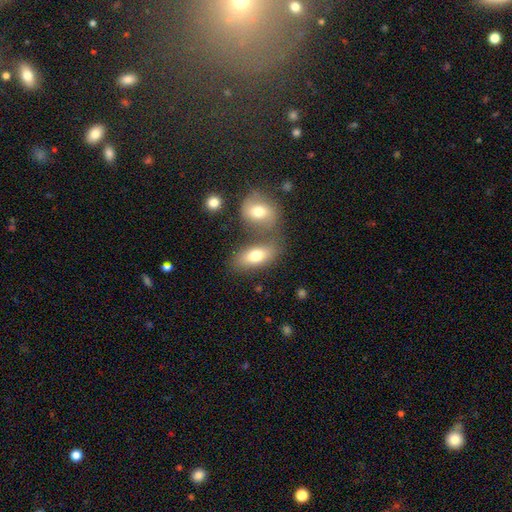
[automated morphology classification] This is likely a smooth galaxy (75%). How rounded: clearly in between (84%). Merging: possibly none (49%).